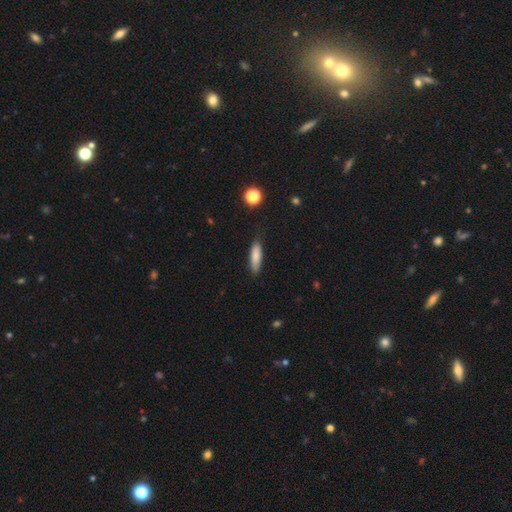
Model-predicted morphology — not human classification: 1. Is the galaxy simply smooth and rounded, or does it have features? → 81% smooth, 13% featured or disk, 7% star or artifact.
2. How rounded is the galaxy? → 66% cigar-shaped, 33% in between, 2% round.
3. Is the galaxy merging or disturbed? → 80% none, 16% minor disturbance, 3% major disturbance, 2% merger.